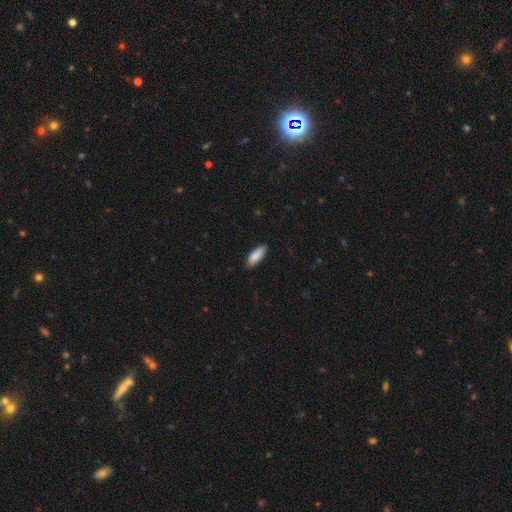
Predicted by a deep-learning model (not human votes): smooth_or_featured: smooth (p=0.89) [alt: star or artifact p=0.06]
how_rounded: in between (p=0.73) [alt: cigar-shaped p=0.26]
merging: none (p=0.85) [alt: minor disturbance p=0.12]